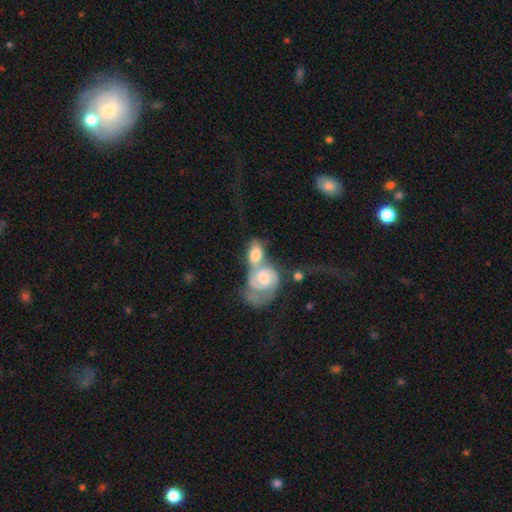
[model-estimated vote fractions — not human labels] Overall: featured or disk (56%; smooth 37%). Edge-on disk: no (95%). Bar: no (70%). Spiral arms: yes (79%). Bulge size: moderate (57%; small 23%). Merging: merger (76%).